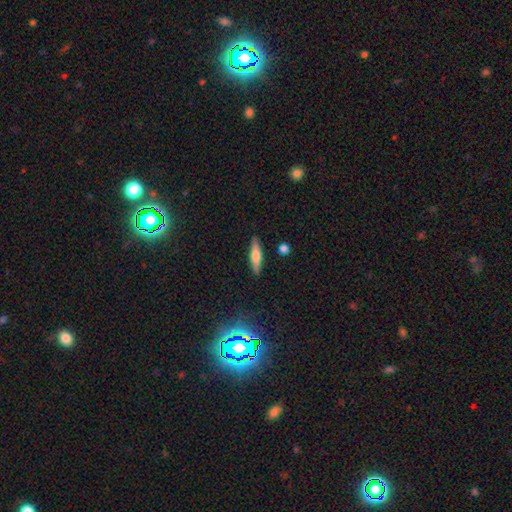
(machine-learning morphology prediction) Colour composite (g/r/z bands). It shows a smooth galaxy with no disk features (58%) that is cigar-shaped (79%). Merging: none (88%).